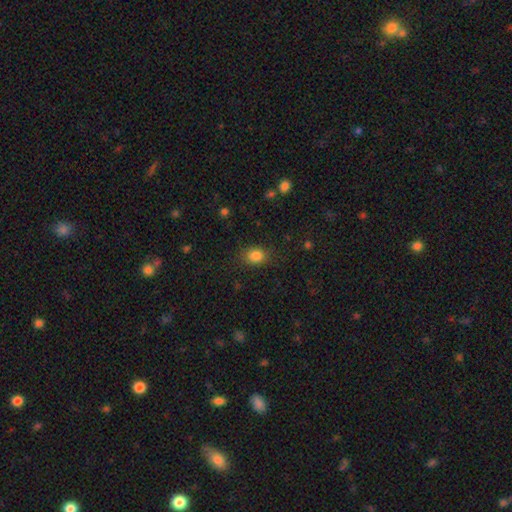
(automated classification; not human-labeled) smooth-or-featured: smooth: 84% | star or artifact: 11% | featured or disk: 5%
  how-rounded: in between: 57% | round: 42% | cigar-shaped: 1%
  merging: none: 82% | minor disturbance: 12% | major disturbance: 4% | merger: 1%